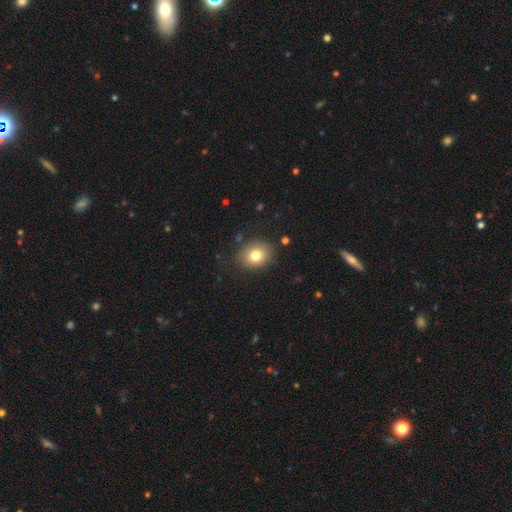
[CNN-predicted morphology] type=smooth (78%); roundness=in between (51%); merging=none (84%).